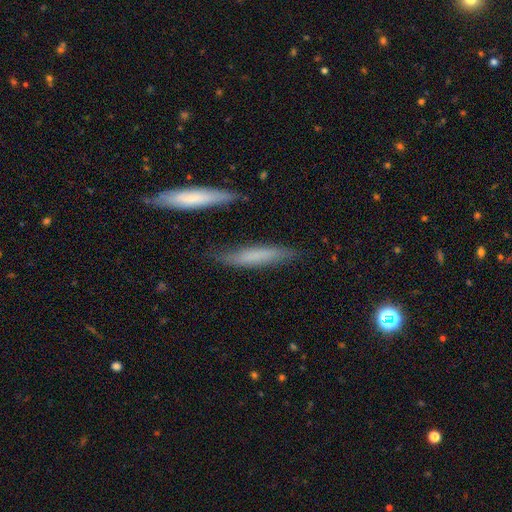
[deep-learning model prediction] A smooth galaxy with no disk features (68%) that is cigar-shaped (86%). Merging: none (78%).